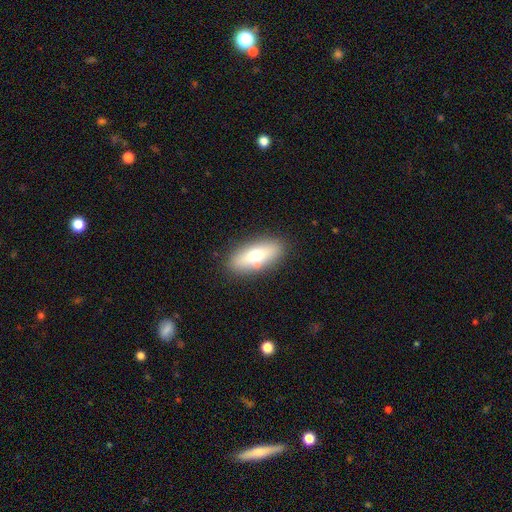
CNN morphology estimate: smooth-or-featured: smooth: 63% | featured or disk: 29% | star or artifact: 8%
  how-rounded: in between: 76% | cigar-shaped: 20% | round: 4%
  merging: none: 81% | minor disturbance: 10% | merger: 5% | major disturbance: 3%